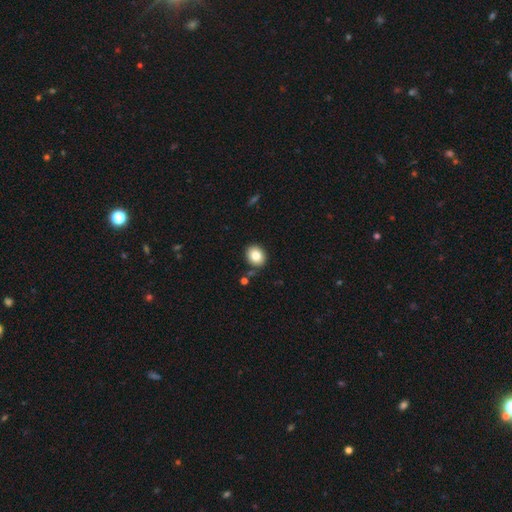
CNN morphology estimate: Q: Smooth or featured?
A: smooth (82%); runner-up: star or artifact (9%)
Q: How rounded?
A: round (57%); runner-up: in between (43%)
Q: Merging?
A: none (86%); runner-up: minor disturbance (8%)